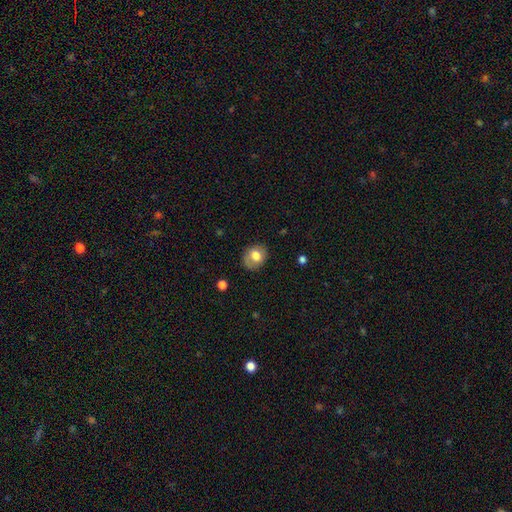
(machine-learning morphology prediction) Q: Smooth or featured?
A: smooth (70%); runner-up: featured or disk (22%)
Q: How rounded?
A: round (60%); runner-up: in between (39%)
Q: Merging?
A: none (75%); runner-up: minor disturbance (18%)